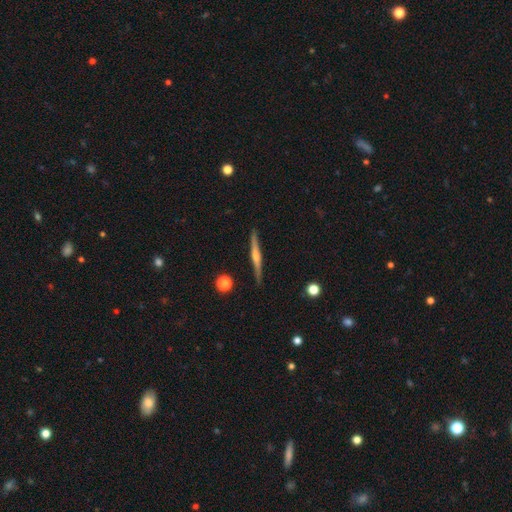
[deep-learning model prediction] This appears to be a featured or disk galaxy (69%) viewed edge-on (98%) with a rounded central bulge (70%). Merging: none (89%).